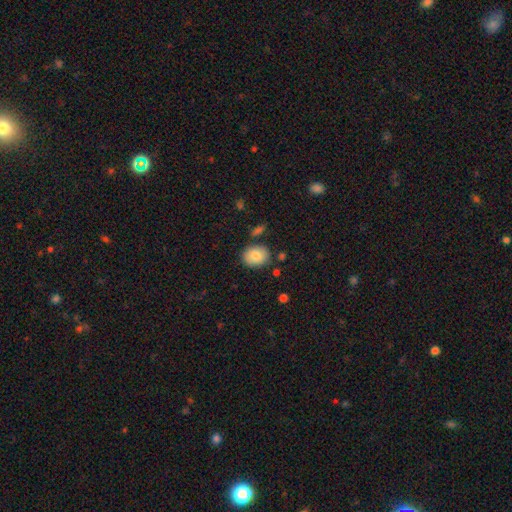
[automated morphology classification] type=smooth (84%); roundness=in between (57%); merging=none (80%).